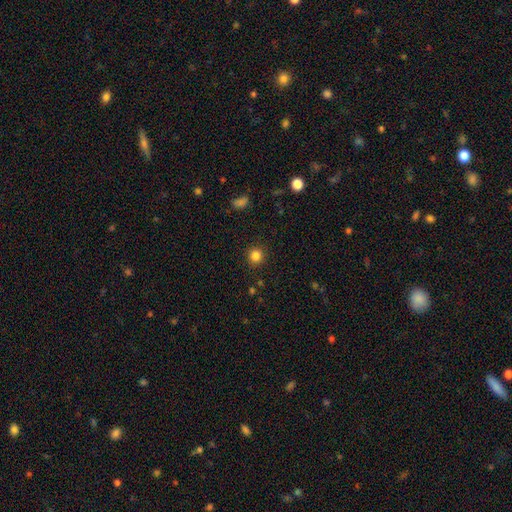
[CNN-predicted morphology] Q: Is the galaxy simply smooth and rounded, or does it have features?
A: smooth — 84%.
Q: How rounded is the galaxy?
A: round — 92%.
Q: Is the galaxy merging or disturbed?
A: none — 90%.